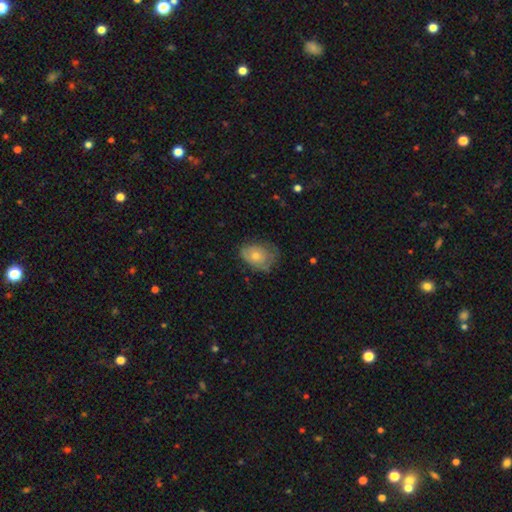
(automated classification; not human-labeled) smooth 60%, featured or disk 31%, star or artifact 9%. Down the decision tree: how rounded — in between (69%); merging — none (60%).